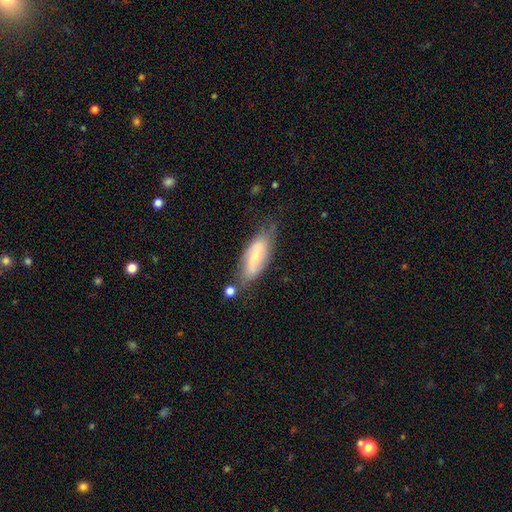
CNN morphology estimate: Overall: smooth (47%; featured or disk 46%). Merging: none (56%; minor disturbance 28%).